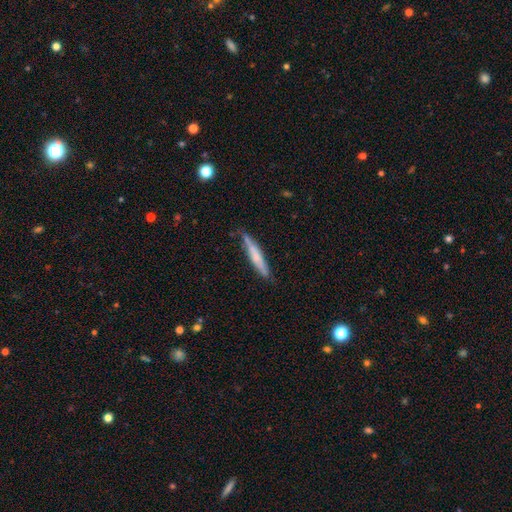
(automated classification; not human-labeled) Q: Smooth or featured?
A: smooth (62%); runner-up: featured or disk (32%)
Q: How rounded?
A: cigar-shaped (93%); runner-up: in between (6%)
Q: Merging?
A: none (76%); runner-up: minor disturbance (19%)